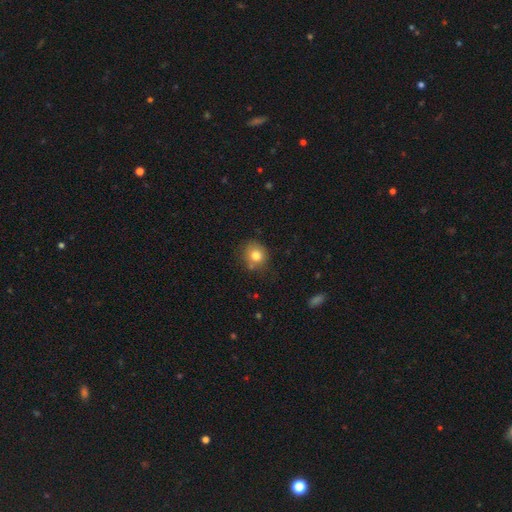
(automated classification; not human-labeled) smooth_or_featured: smooth (p=0.79) [alt: star or artifact p=0.11]
how_rounded: round (p=0.76) [alt: in between p=0.23]
merging: none (p=0.72) [alt: minor disturbance p=0.17]